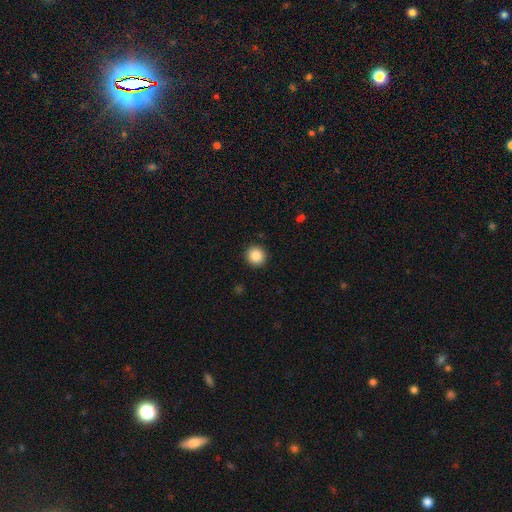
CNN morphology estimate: Smooth or featured? Predicted: smooth (p=0.86). How rounded? Predicted: round (p=0.93). Merging? Predicted: none (p=0.92).